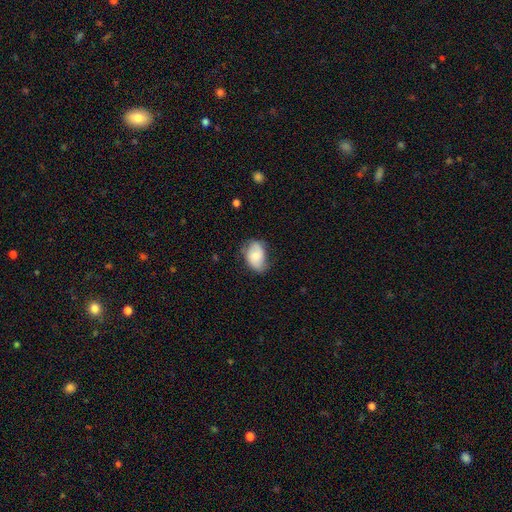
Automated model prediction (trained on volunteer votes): This is likely a smooth galaxy (64%). How rounded: clearly in between (84%). Merging: possibly none (57%).